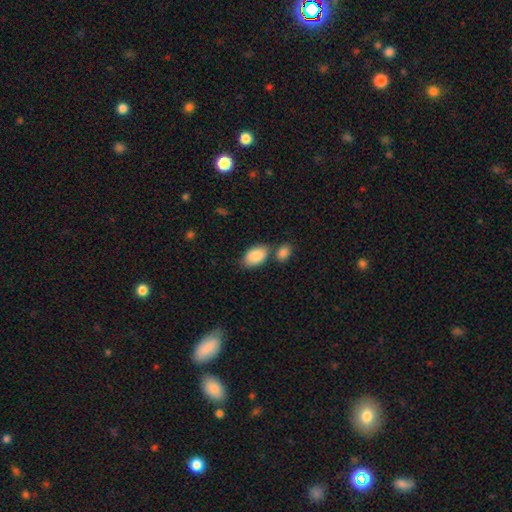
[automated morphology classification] type=smooth (89%); roundness=in between (93%); merging=none (57%).